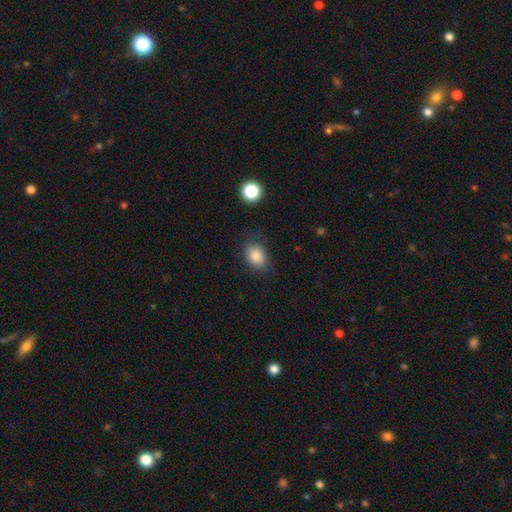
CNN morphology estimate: The model was most divided on "how rounded": in between: 71%, round: 28%, cigar-shaped: 1%. More confident: smooth or featured — smooth (86%); merging — none (80%).